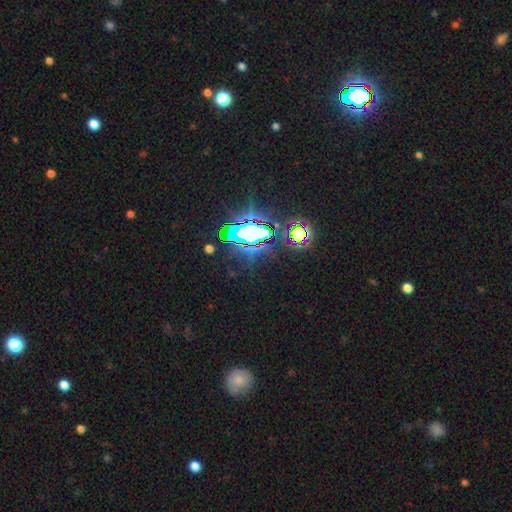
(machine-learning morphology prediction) This is clearly a star or artifact rather than a galaxy (82%).